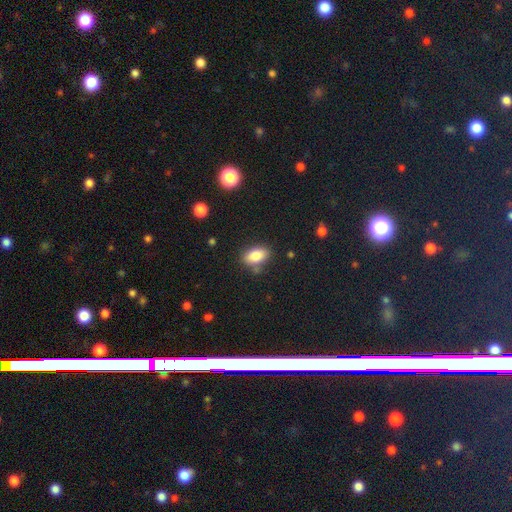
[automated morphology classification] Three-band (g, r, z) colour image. It shows a smooth galaxy with no disk features (83%) that is in between round and cigar-shaped (89%). Merging: none (76%).